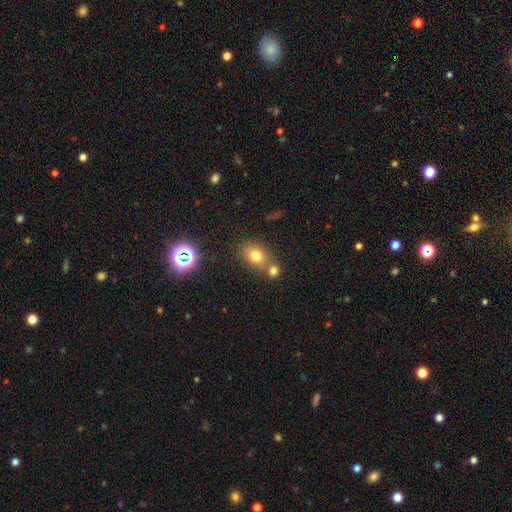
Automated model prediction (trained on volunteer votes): Morphology: type=smooth (74%); roundness=in between (62%); merging=none (55%).